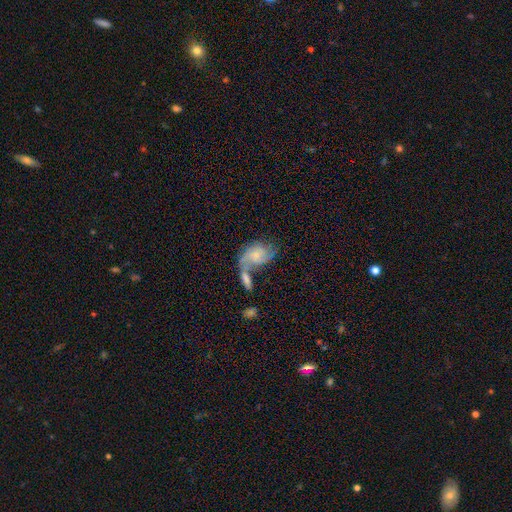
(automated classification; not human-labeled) Q: Smooth or featured?
A: featured or disk (58%); runner-up: smooth (35%)
Q: Edge-on disk?
A: no (96%); runner-up: yes (4%)
Q: Bar?
A: no (71%); runner-up: weak (25%)
Q: Spiral arms?
A: yes (81%); runner-up: no (19%)
Q: Bulge size?
A: small (57%); runner-up: moderate (26%)
Q: Merging?
A: merger (44%); runner-up: none (25%)